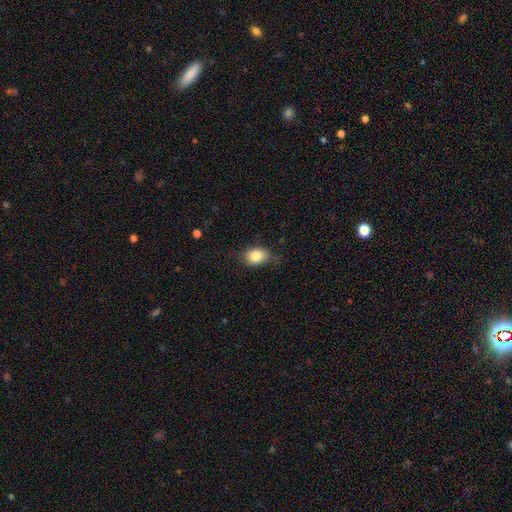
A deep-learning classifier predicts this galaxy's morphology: smooth-or-featured: smooth: 82% | featured or disk: 9% | star or artifact: 9%
  how-rounded: in between: 65% | round: 33% | cigar-shaped: 1%
  merging: none: 71% | minor disturbance: 23% | major disturbance: 5% | merger: 1%